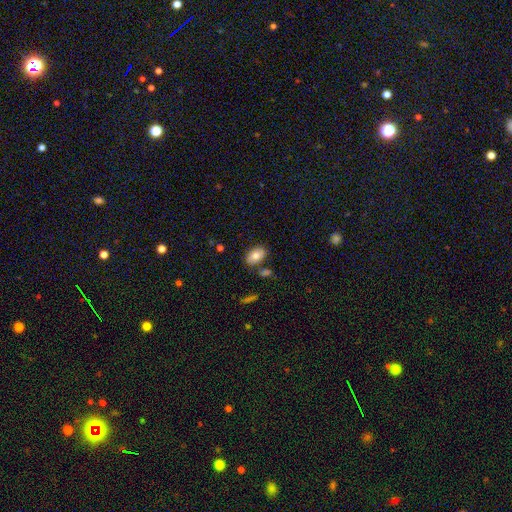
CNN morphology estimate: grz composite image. It shows a smooth galaxy with no disk features (78%) that is in between round and cigar-shaped (87%). Merging: none (78%).